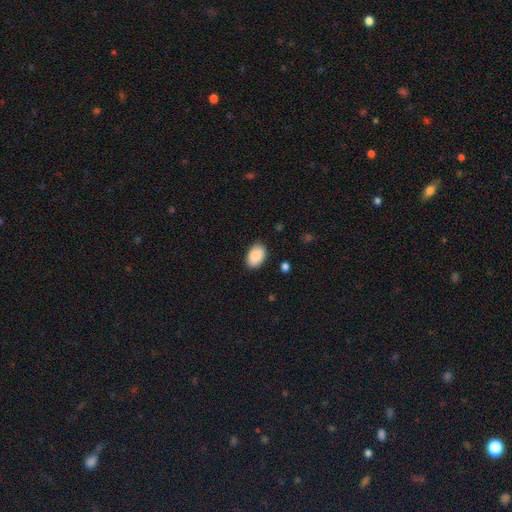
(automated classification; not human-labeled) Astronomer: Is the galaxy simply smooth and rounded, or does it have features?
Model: smooth — 89%.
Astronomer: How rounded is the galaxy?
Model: in between — 90%.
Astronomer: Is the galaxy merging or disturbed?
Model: none — 85%.